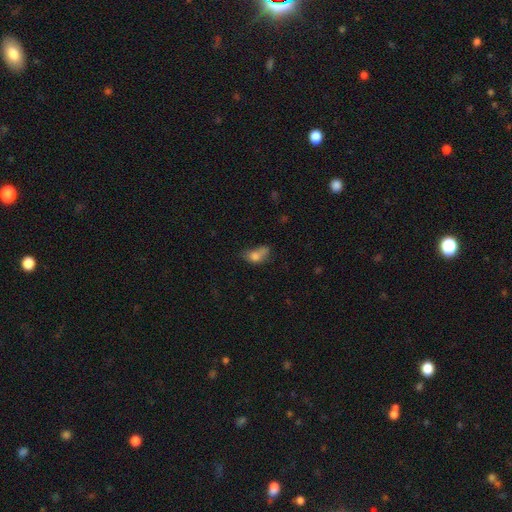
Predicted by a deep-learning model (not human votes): Smooth or featured? Predicted: smooth (p=0.72). How rounded? Predicted: in between (p=0.74). Merging? Predicted: merger (p=0.28).